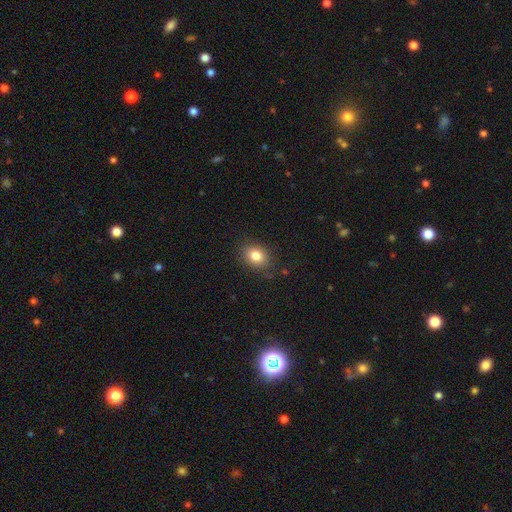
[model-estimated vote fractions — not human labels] A smooth galaxy with no disk features (82%) that is in between round and cigar-shaped (54%).

Vote fractions:
- Smooth or featured? smooth: 82% / star or artifact: 10% / featured or disk: 8%
- How rounded? in between: 54% / round: 45% / cigar-shaped: 1%
- Merging? none: 84% / minor disturbance: 11% / major disturbance: 3% / merger: 1%